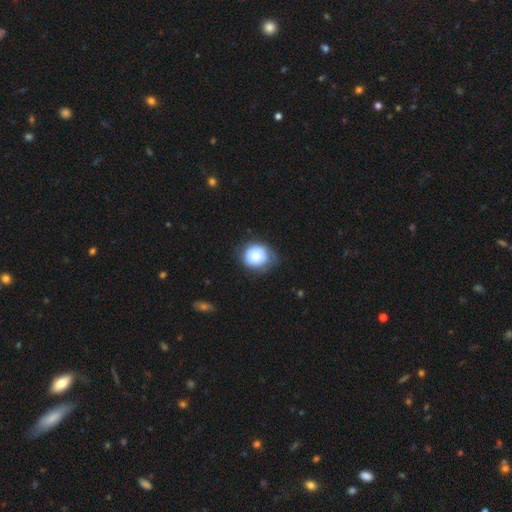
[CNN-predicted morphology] smooth-or-featured: smooth: 80% | featured or disk: 13% | star or artifact: 8%
  how-rounded: round: 75% | in between: 24% | cigar-shaped: 1%
  merging: none: 54% | minor disturbance: 34% | major disturbance: 11% | merger: 2%